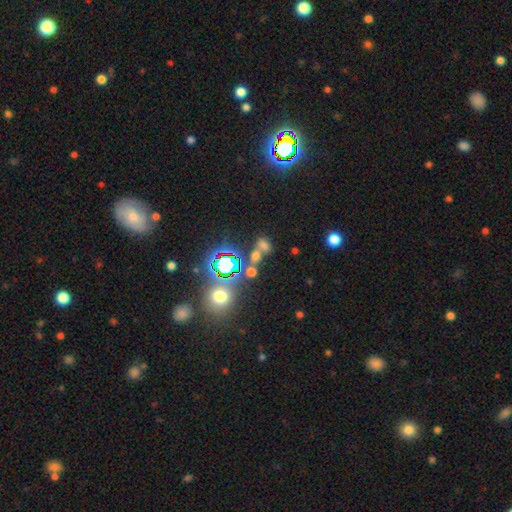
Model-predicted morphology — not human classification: type=smooth (47%); merging=none (44%).